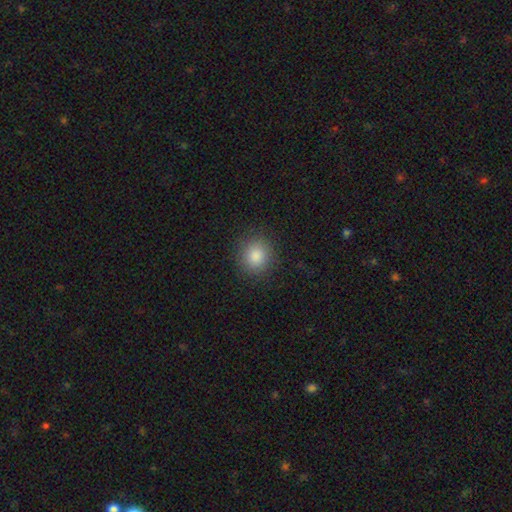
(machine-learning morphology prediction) Overall: smooth (86%). How rounded: round (87%). Merging: none (90%).